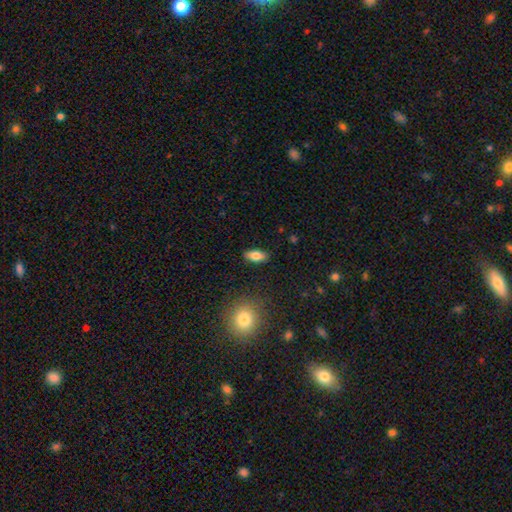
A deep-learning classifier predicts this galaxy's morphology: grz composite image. It shows a smooth galaxy with no disk features (81%) that is in between round and cigar-shaped (87%). Merging: none (88%).